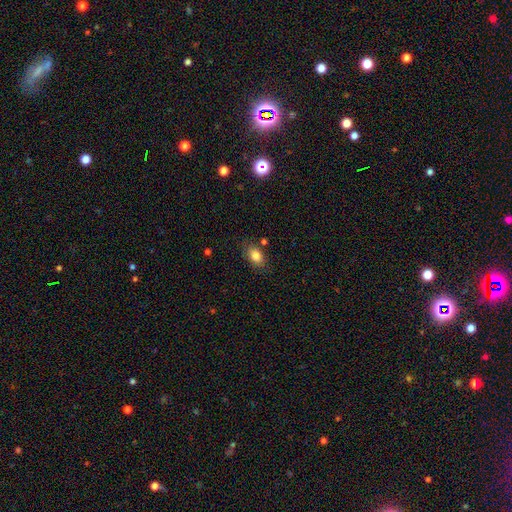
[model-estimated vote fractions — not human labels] Q: Smooth or featured?
A: smooth (84%); runner-up: star or artifact (8%)
Q: How rounded?
A: in between (87%); runner-up: round (11%)
Q: Merging?
A: none (77%); runner-up: minor disturbance (15%)